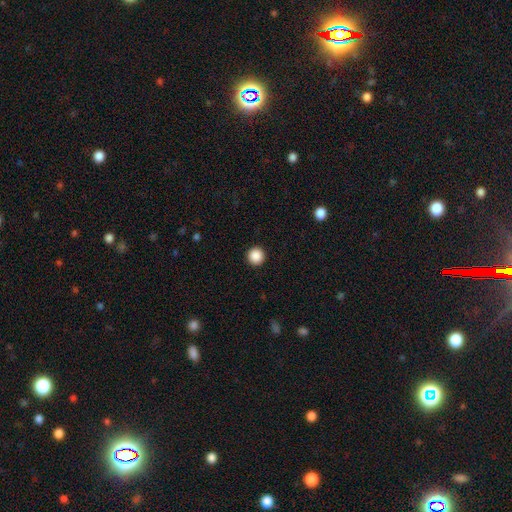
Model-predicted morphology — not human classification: The model was most divided on "smooth or featured": smooth: 88%, star or artifact: 9%, featured or disk: 2%. More confident: how rounded — round (96%); merging — none (93%).